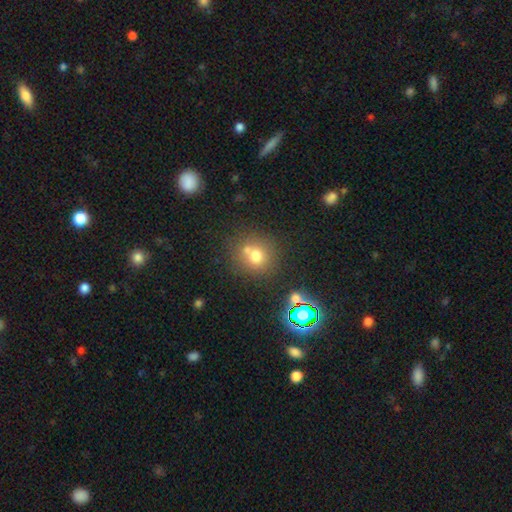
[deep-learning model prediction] Smooth or featured? Predicted: smooth (p=0.70). How rounded? Predicted: round (p=0.84). Merging? Predicted: none (p=0.57).